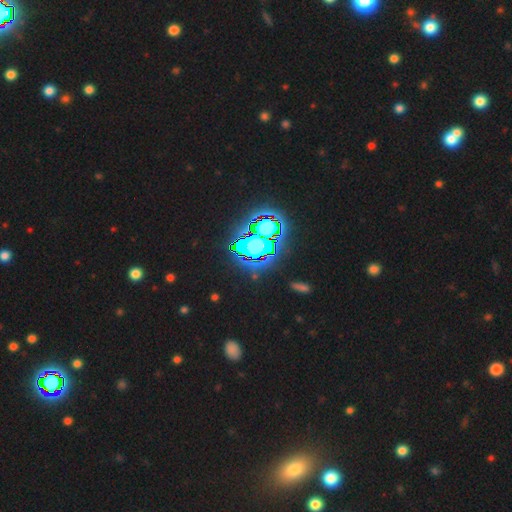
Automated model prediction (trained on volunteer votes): A star or artifact, not a galaxy (83%).